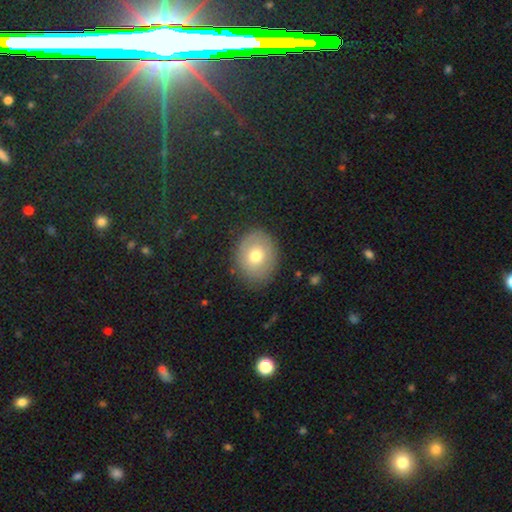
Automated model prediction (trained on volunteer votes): A smooth galaxy with no disk features (67%) that is round (56%).

Vote fractions:
- Smooth or featured? smooth: 67% / featured or disk: 24% / star or artifact: 9%
- How rounded? round: 56% / in between: 44% / cigar-shaped: 1%
- Merging? none: 82% / minor disturbance: 13% / major disturbance: 4% / merger: 1%